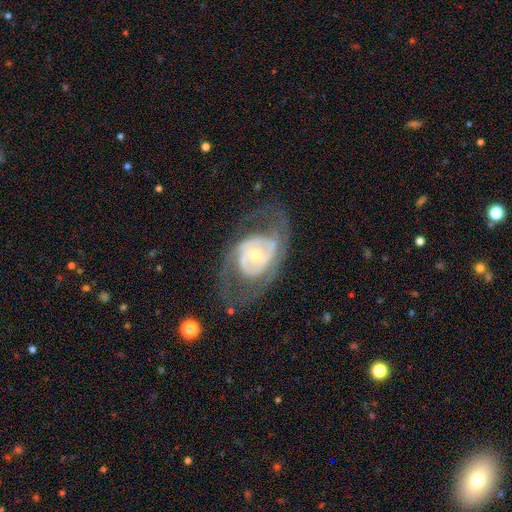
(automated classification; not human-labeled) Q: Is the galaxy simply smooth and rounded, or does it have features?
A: featured or disk — 80%.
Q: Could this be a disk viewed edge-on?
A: no — 95%.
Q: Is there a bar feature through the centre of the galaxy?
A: no — 65%.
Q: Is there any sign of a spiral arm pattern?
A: yes — 68%.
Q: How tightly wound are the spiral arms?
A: medium — 41%.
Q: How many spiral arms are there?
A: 2 — 58%.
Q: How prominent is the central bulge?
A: small — 55%.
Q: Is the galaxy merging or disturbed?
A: none — 56%.